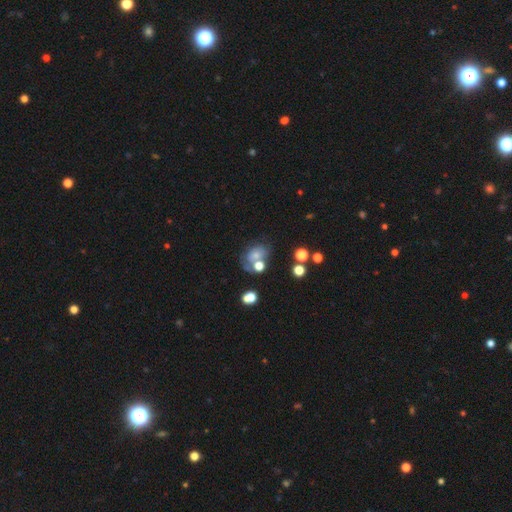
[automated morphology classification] This is possibly a smooth galaxy (56%). How rounded: likely in between (60%). Merging: marginally none (38%).